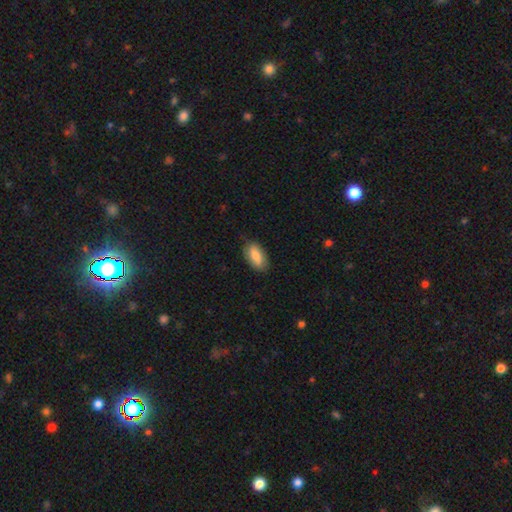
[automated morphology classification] This is likely a smooth galaxy (78%). How rounded: clearly in between (90%). Merging: likely none (78%).